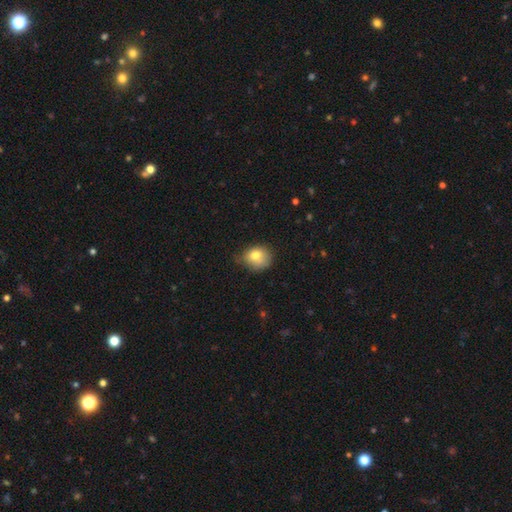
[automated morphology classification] type=smooth (77%); roundness=round (63%); merging=none (47%).